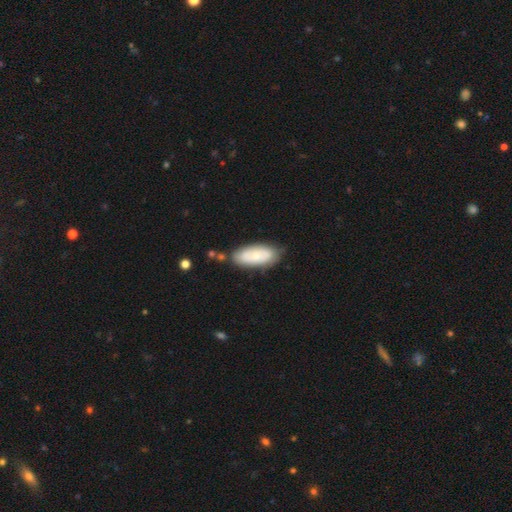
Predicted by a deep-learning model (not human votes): This is possibly a smooth galaxy (60%). How rounded: clearly in between (83%). Merging: likely none (72%).